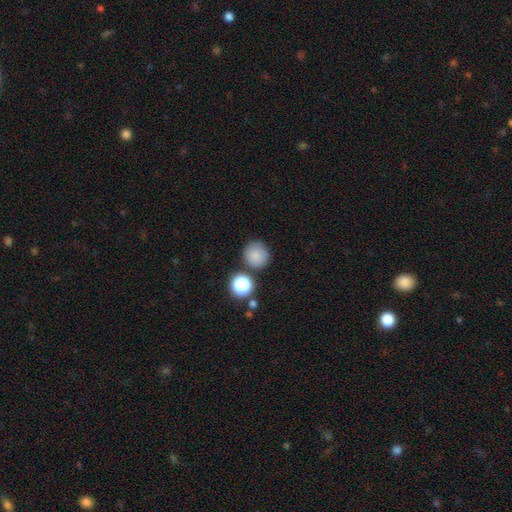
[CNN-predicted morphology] Smooth or featured? Predicted: smooth (p=0.81). How rounded? Predicted: round (p=0.92). Merging? Predicted: none (p=0.79).